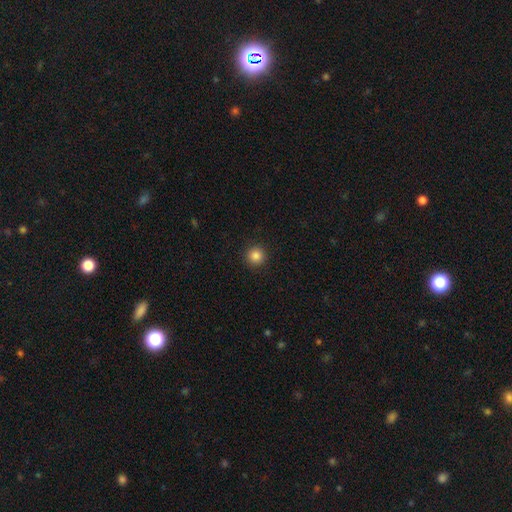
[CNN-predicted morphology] Smooth or featured: smooth — 85% (star or artifact — 11%)
How rounded: round — 96% (in between — 4%)
Merging: none — 93% (minor disturbance — 5%)